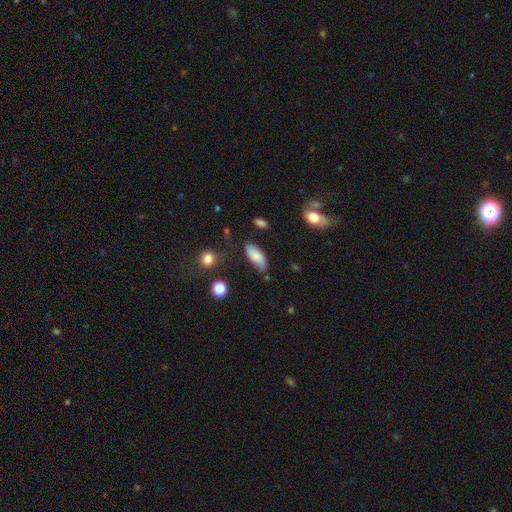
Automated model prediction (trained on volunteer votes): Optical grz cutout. It shows a smooth galaxy with no disk features (78%) that is in between round and cigar-shaped (86%). Merging: none (67%).